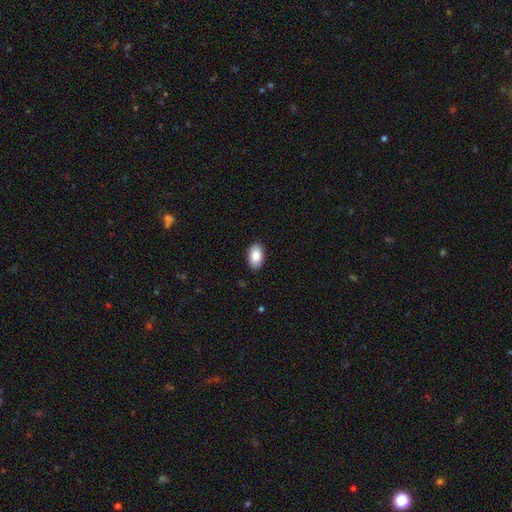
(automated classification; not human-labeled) Smooth or featured?
  - smooth: 86% *
  - featured or disk: 7%
  - star or artifact: 7%
How rounded?
  - in between: 93% *
  - round: 5%
  - cigar-shaped: 1%
Merging?
  - none: 89% *
  - minor disturbance: 8%
  - major disturbance: 2%
  - merger: 1%